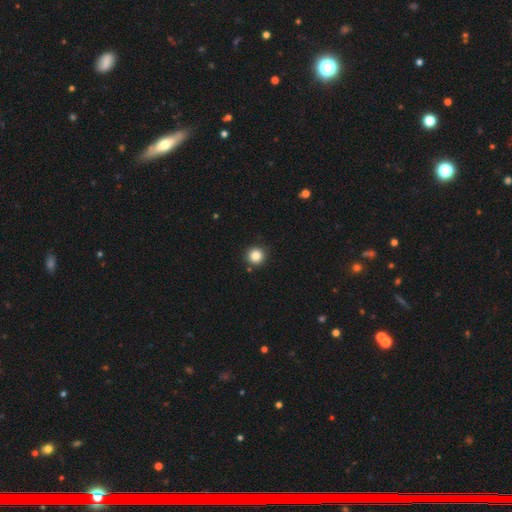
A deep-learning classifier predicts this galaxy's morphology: Smooth or featured? smooth (85%)
How rounded? round (95%)
Merging? none (90%)